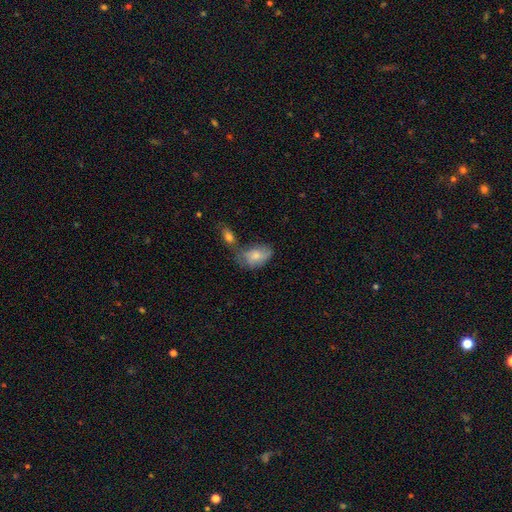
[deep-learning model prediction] A smooth galaxy with no disk features (75%) that is in between round and cigar-shaped (88%).

Vote fractions:
- Smooth or featured? smooth: 75% / featured or disk: 18% / star or artifact: 7%
- How rounded? in between: 88% / round: 11% / cigar-shaped: 2%
- Merging? none: 36% / merger: 27% / minor disturbance: 25% / major disturbance: 11%